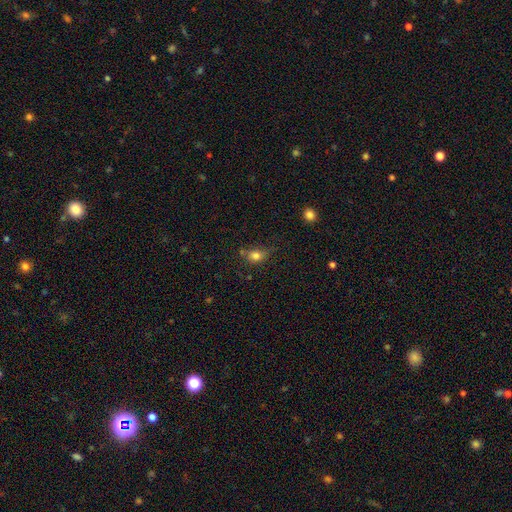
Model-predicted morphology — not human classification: The model was most divided on "how rounded": in between: 56%, round: 42%, cigar-shaped: 2%. More confident: smooth or featured — smooth (79%); merging — none (58%).